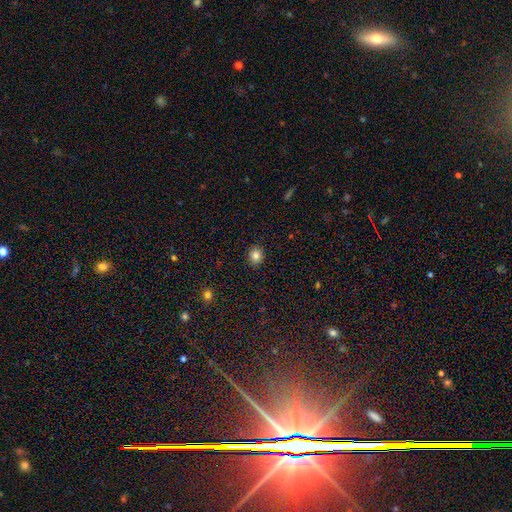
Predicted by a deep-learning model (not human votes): Q: Smooth or featured?
A: smooth (84%); runner-up: star or artifact (11%)
Q: How rounded?
A: round (79%); runner-up: in between (20%)
Q: Merging?
A: none (91%); runner-up: minor disturbance (6%)